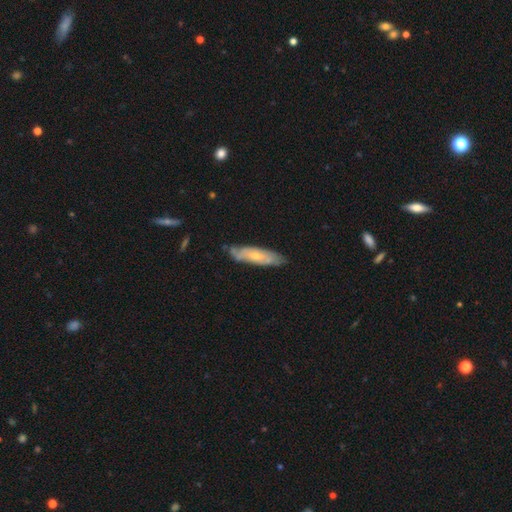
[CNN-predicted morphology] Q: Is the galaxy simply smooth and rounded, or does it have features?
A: featured or disk — 53%.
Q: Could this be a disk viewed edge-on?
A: no — 63%.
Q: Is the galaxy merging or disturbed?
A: none — 70%.